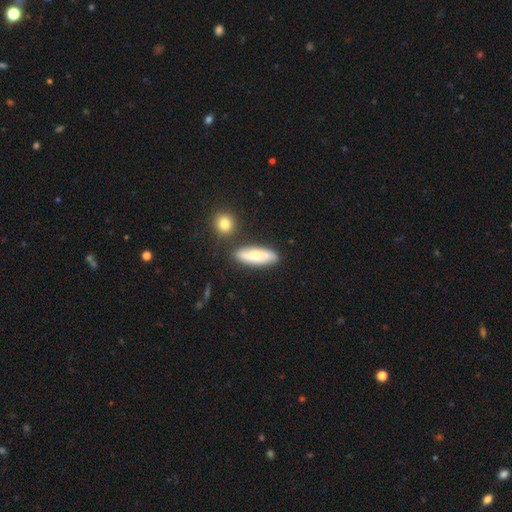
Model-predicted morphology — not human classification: A smooth galaxy with no disk features (63%) that is in between round and cigar-shaped (54%). Merging: none (77%).